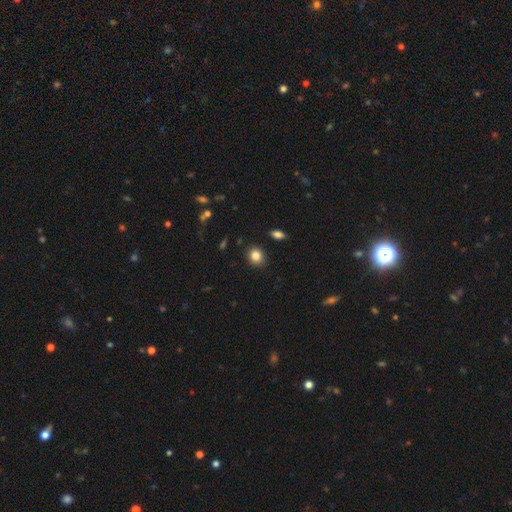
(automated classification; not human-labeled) Smooth or featured? smooth (84%)
How rounded? round (65%)
Merging? none (88%)